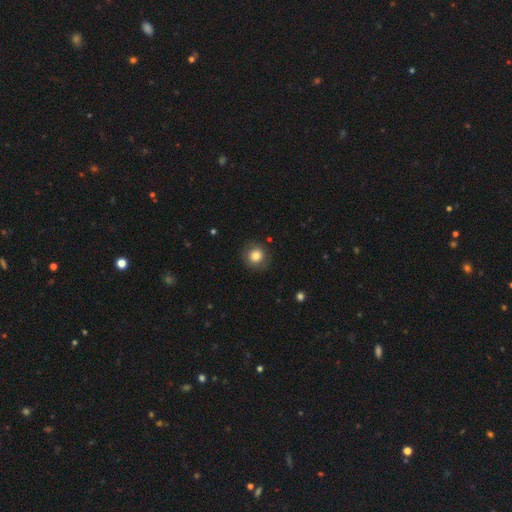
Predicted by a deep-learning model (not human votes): Smooth or featured: smooth — 82% (star or artifact — 10%)
How rounded: round — 92% (in between — 7%)
Merging: none — 86% (minor disturbance — 10%)